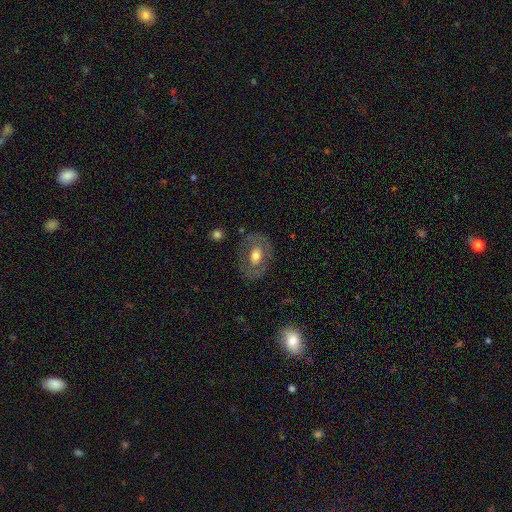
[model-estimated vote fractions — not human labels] Overall: smooth (48%; featured or disk 45%). Merging: none (77%).